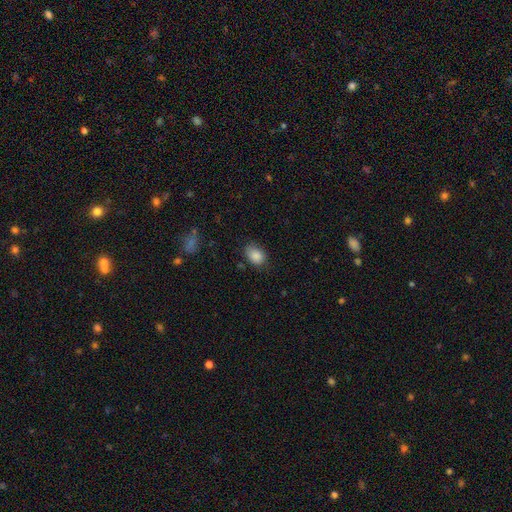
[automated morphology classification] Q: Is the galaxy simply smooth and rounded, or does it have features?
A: smooth — 87%.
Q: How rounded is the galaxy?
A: in between — 76%.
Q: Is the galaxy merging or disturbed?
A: none — 72%.